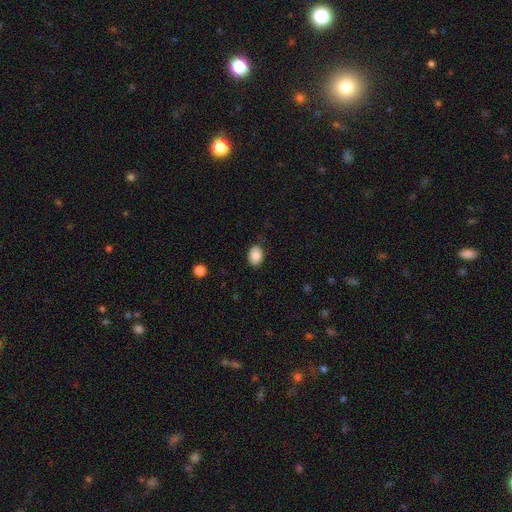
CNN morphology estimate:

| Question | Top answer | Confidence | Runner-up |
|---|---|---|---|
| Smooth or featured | smooth | 86% | star or artifact (8%) |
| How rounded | in between | 75% | round (24%) |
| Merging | none | 82% | minor disturbance (14%) |